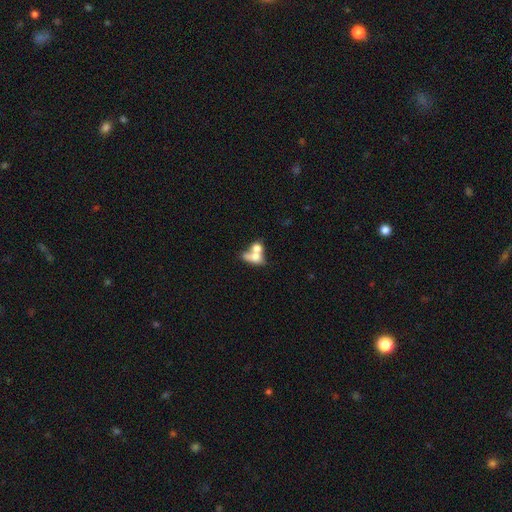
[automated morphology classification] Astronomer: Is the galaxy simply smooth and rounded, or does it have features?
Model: smooth — 65%.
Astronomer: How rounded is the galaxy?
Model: in between — 66%.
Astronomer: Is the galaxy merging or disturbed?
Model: merger — 67%.